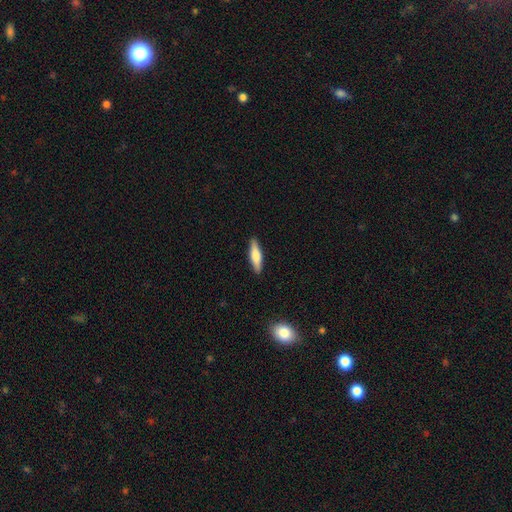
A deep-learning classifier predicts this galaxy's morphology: Smooth or featured: smooth — 64% (featured or disk — 31%)
How rounded: cigar-shaped — 68% (in between — 30%)
Merging: none — 90% (minor disturbance — 8%)